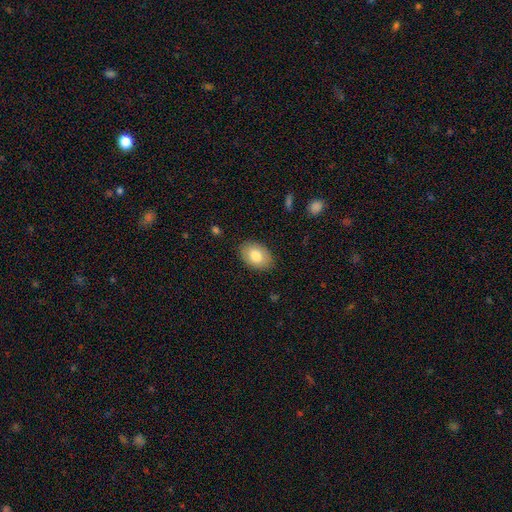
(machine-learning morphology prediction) Smooth or featured? Predicted: smooth (p=0.80). How rounded? Predicted: in between (p=0.86). Merging? Predicted: none (p=0.86).